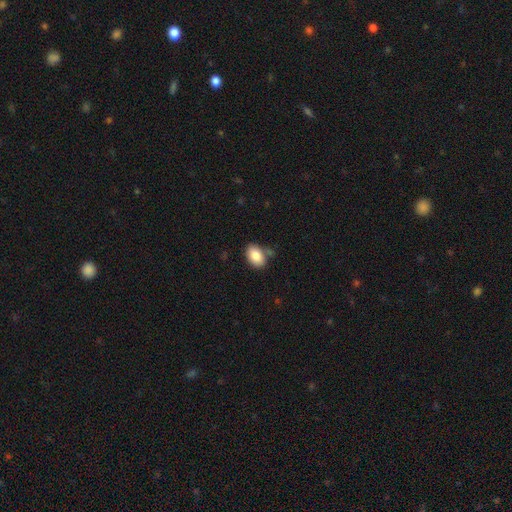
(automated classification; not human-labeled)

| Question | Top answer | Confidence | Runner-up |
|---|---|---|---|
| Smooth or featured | smooth | 86% | star or artifact (7%) |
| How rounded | in between | 87% | round (12%) |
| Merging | none | 73% | minor disturbance (17%) |